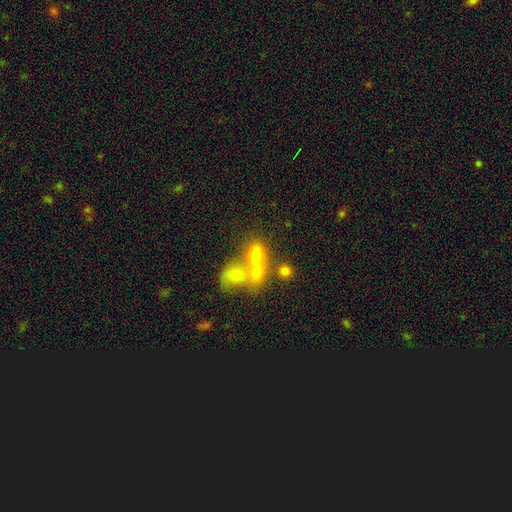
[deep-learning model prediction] Smooth or featured: smooth — 67% (featured or disk — 18%)
How rounded: in between — 63% (round — 34%)
Merging: merger — 55% (none — 29%)